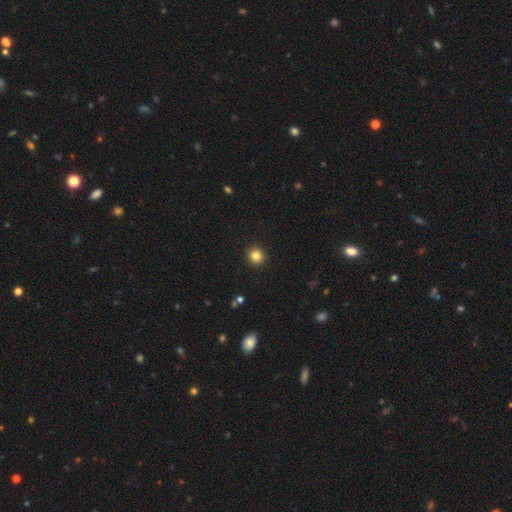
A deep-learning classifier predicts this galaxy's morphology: This appears to be a smooth galaxy with no disk features (83%) that is round (93%). Merging: none (93%).